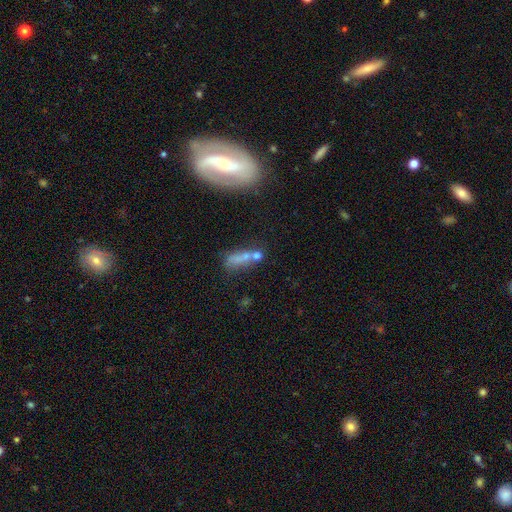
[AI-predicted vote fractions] This appears to be a smooth galaxy with no disk features (55%) that is in between round and cigar-shaped (49%). Merging: merger (41%).